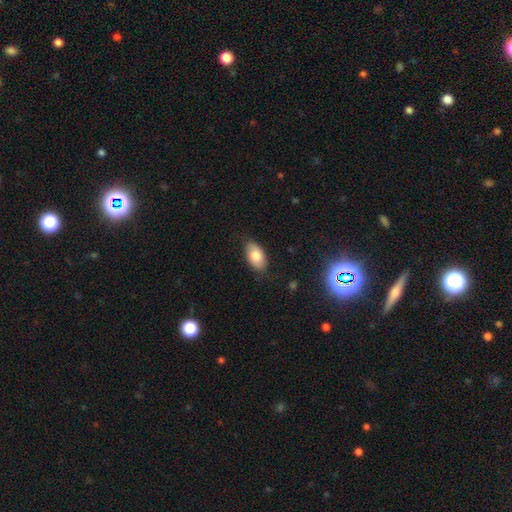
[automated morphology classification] Smooth or featured? Predicted: smooth (p=0.79). How rounded? Predicted: in between (p=0.94). Merging? Predicted: none (p=0.80).